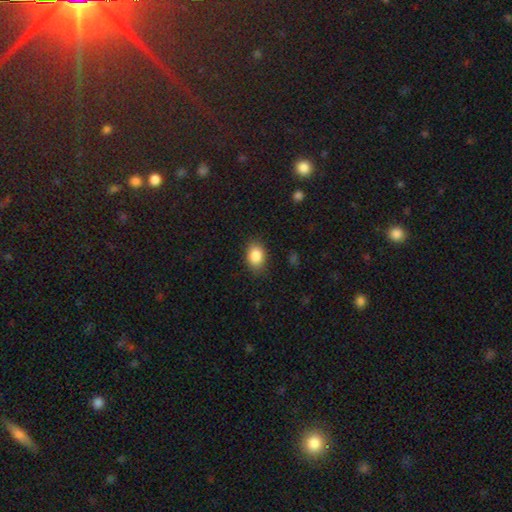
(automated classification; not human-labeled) Q: Smooth or featured?
A: smooth (87%); runner-up: star or artifact (8%)
Q: How rounded?
A: in between (78%); runner-up: round (21%)
Q: Merging?
A: none (84%); runner-up: minor disturbance (12%)